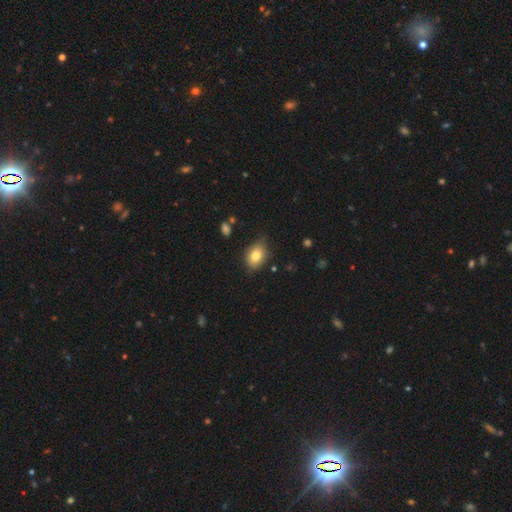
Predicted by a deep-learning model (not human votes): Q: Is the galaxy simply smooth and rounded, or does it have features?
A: smooth — 80%.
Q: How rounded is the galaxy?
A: in between — 73%.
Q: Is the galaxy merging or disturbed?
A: none — 73%.